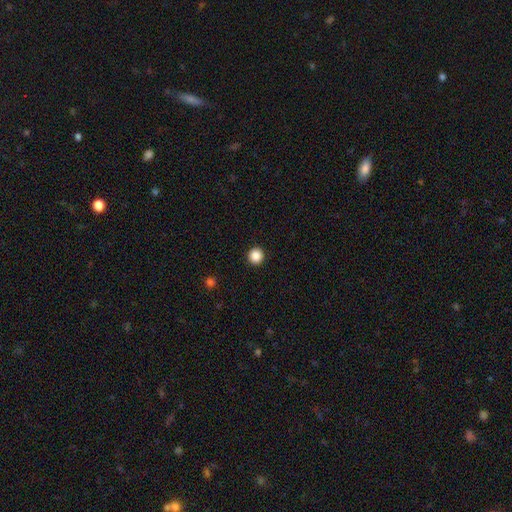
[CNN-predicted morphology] Smooth or featured? Predicted: smooth (p=0.88). How rounded? Predicted: round (p=0.95). Merging? Predicted: none (p=0.94).